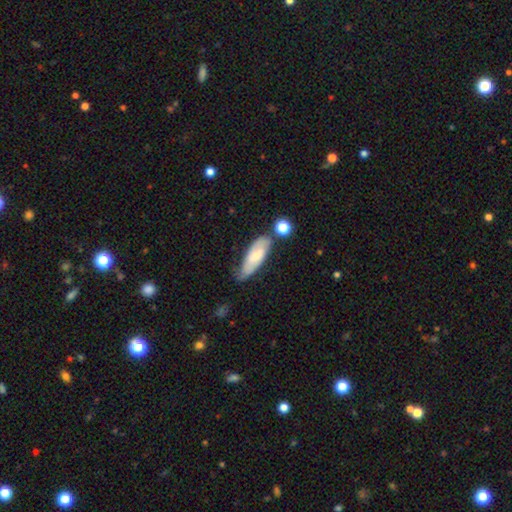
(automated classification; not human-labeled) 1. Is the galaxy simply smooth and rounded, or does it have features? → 56% smooth, 37% featured or disk, 7% star or artifact.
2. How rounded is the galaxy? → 62% in between, 36% cigar-shaped, 2% round.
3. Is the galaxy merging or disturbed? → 54% none, 28% minor disturbance, 10% merger, 8% major disturbance.